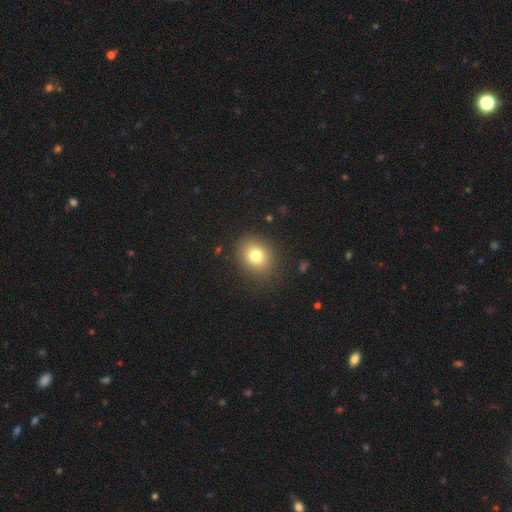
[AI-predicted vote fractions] smooth-or-featured: smooth: 77% | star or artifact: 12% | featured or disk: 10%
  how-rounded: round: 66% | in between: 33% | cigar-shaped: 1%
  merging: none: 86% | minor disturbance: 9% | major disturbance: 4% | merger: 1%